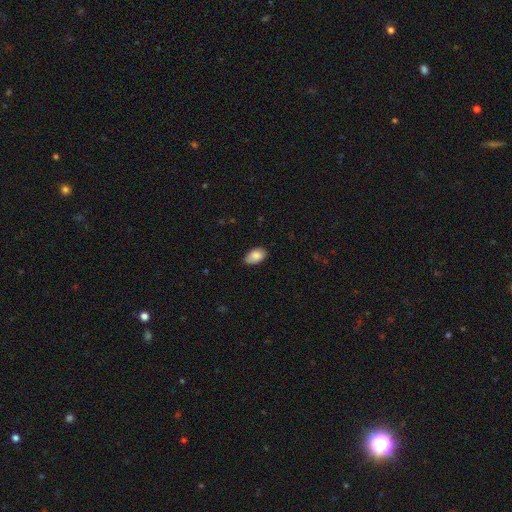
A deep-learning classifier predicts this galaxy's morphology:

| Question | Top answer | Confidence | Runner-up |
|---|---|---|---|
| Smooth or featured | smooth | 86% | featured or disk (7%) |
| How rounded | in between | 93% | round (6%) |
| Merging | none | 81% | minor disturbance (16%) |